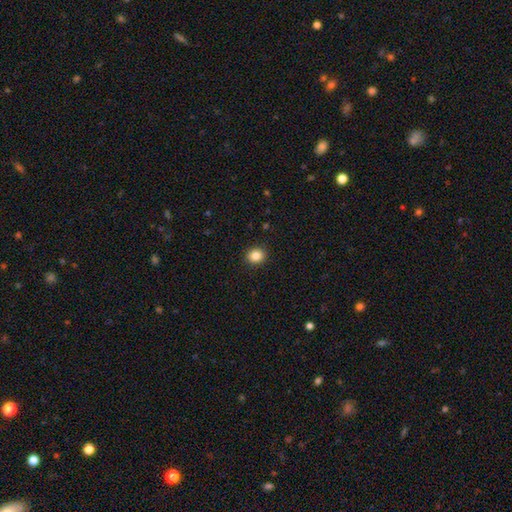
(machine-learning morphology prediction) Smooth or featured? Predicted: smooth (p=0.85). How rounded? Predicted: round (p=0.77). Merging? Predicted: none (p=0.92).